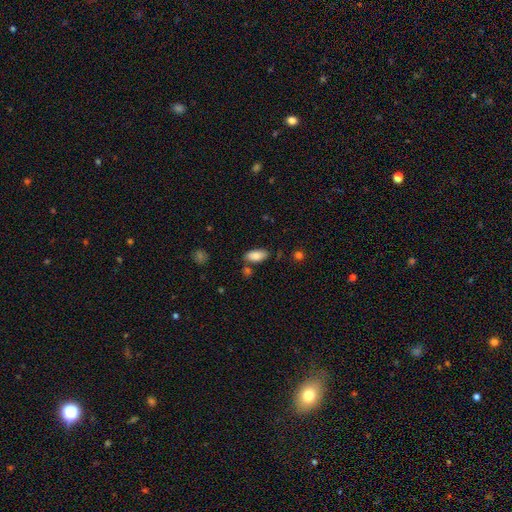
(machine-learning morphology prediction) Smooth or featured?
  - smooth: 85% *
  - featured or disk: 8%
  - star or artifact: 7%
How rounded?
  - in between: 91% *
  - cigar-shaped: 7%
  - round: 2%
Merging?
  - none: 75% *
  - minor disturbance: 15%
  - merger: 7%
  - major disturbance: 3%